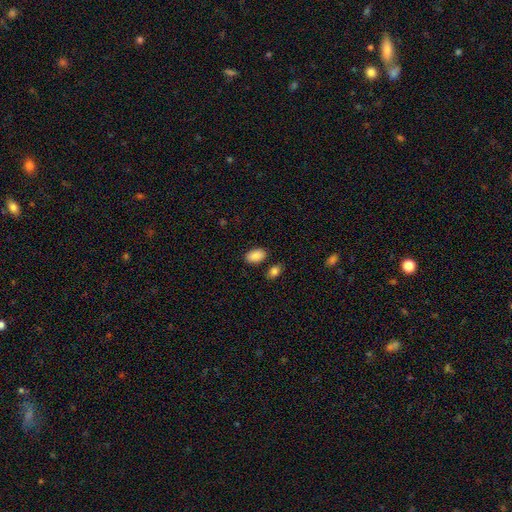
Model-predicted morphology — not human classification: Smooth or featured? Predicted: smooth (p=0.88). How rounded? Predicted: in between (p=0.92). Merging? Predicted: none (p=0.82).